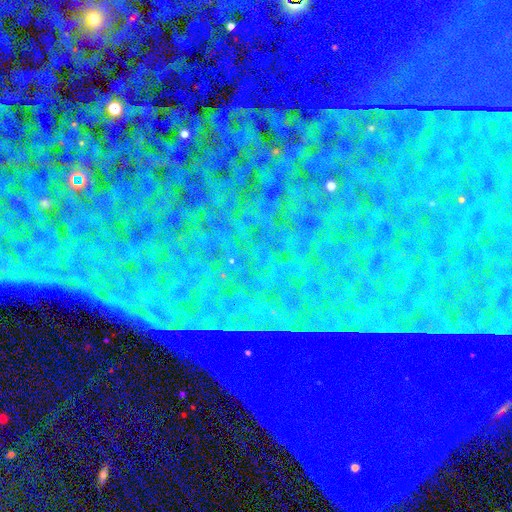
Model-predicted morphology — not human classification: Smooth or featured? Predicted: star or artifact (p=0.87).